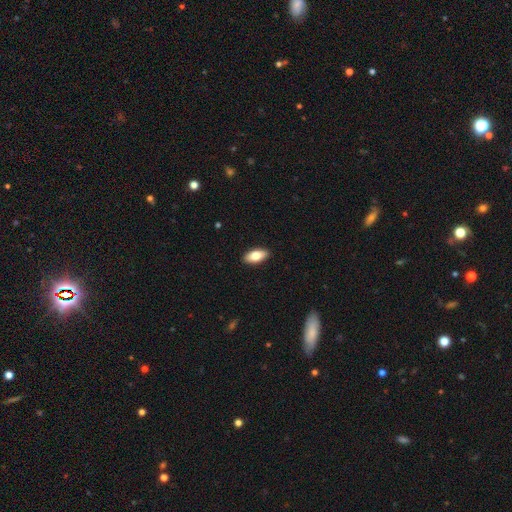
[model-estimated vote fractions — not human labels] Smooth or featured: smooth — 80% (featured or disk — 14%)
How rounded: in between — 89% (cigar-shaped — 9%)
Merging: none — 90% (minor disturbance — 7%)